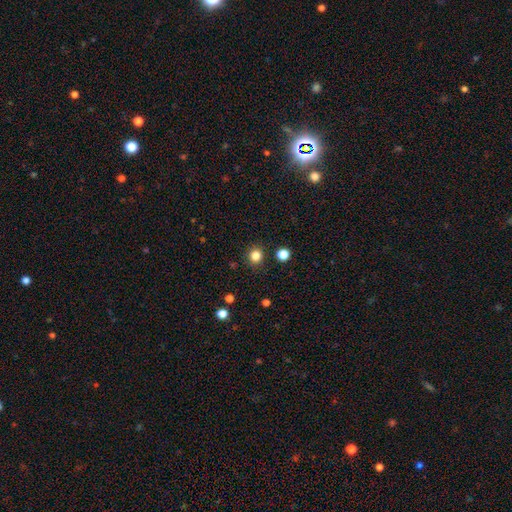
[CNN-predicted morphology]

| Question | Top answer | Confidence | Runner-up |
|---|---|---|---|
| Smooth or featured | smooth | 83% | star or artifact (13%) |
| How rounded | round | 88% | in between (11%) |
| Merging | none | 89% | minor disturbance (7%) |